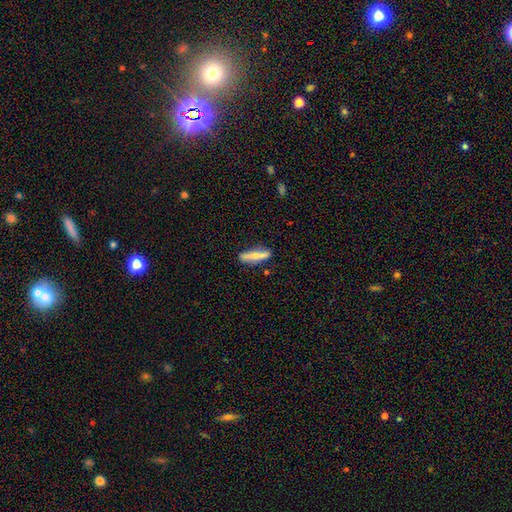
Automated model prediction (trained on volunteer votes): This is likely a smooth galaxy (70%). How rounded: clearly cigar-shaped (80%). Merging: clearly none (82%).